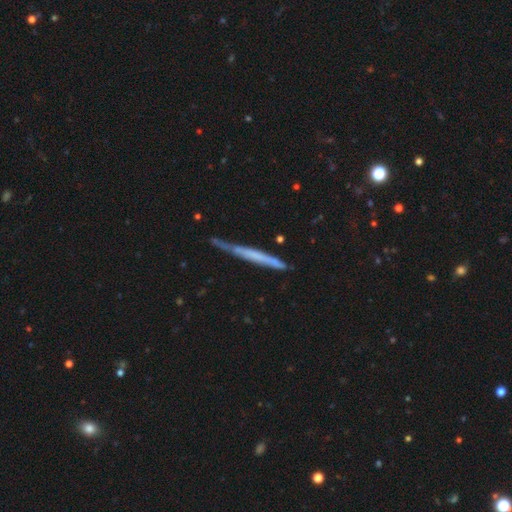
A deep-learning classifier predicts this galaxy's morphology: Q: Smooth or featured?
A: featured or disk (51%); runner-up: smooth (42%)
Q: Edge-on disk?
A: yes (92%); runner-up: no (8%)
Q: Merging?
A: none (61%); runner-up: minor disturbance (29%)